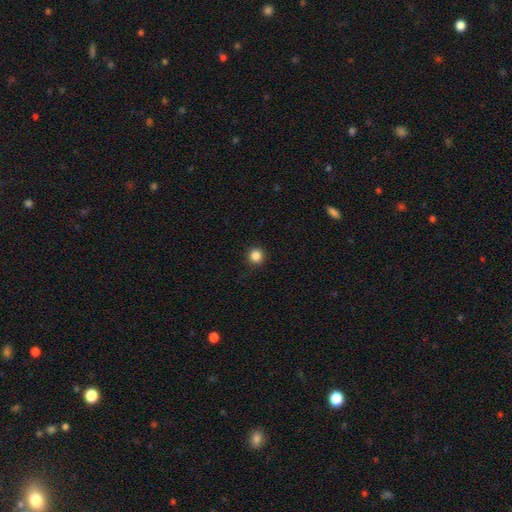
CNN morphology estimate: Smooth or featured?
  - smooth: 86% *
  - star or artifact: 11%
  - featured or disk: 3%
How rounded?
  - round: 95% *
  - in between: 4%
  - cigar-shaped: 1%
Merging?
  - none: 92% *
  - minor disturbance: 5%
  - major disturbance: 2%
  - merger: 1%